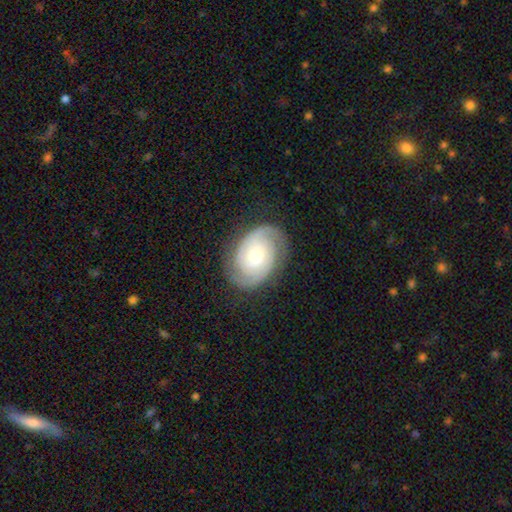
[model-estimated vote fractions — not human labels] This appears to be a featured or disk galaxy (85%) with no bar (61%), 2 (74%) tight (64%) spiral arms (97%) and a moderate central bulge (55%). Merging: none (81%).